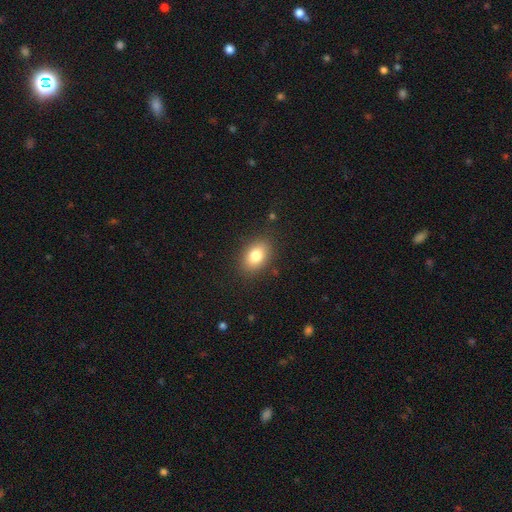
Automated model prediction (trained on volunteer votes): smooth 81%, featured or disk 10%, star or artifact 9%. Down the decision tree: how rounded — in between (84%); merging — none (86%).